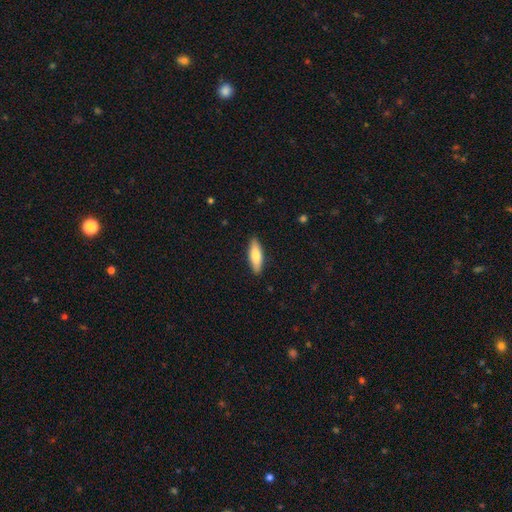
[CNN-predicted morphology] Smooth or featured? Predicted: smooth (p=0.78). How rounded? Predicted: in between (p=0.54). Merging? Predicted: none (p=0.88).